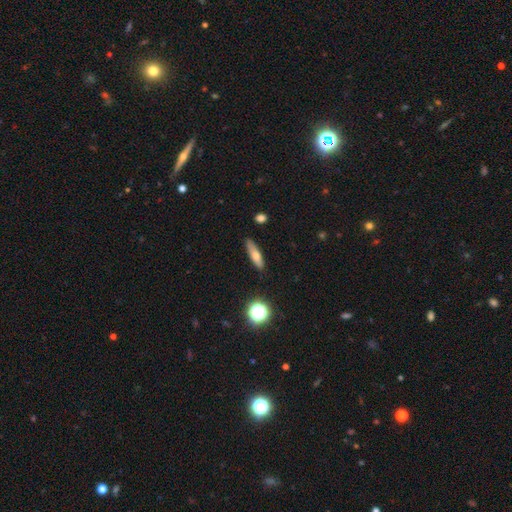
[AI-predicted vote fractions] Smooth or featured? Predicted: smooth (p=0.64). How rounded? Predicted: cigar-shaped (p=0.66). Merging? Predicted: none (p=0.84).